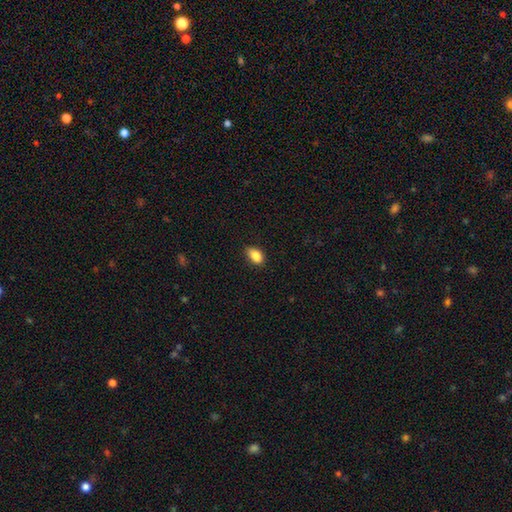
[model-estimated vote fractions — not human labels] smooth_or_featured: smooth (p=0.86) [alt: star or artifact p=0.08]
how_rounded: in between (p=0.88) [alt: round p=0.10]
merging: none (p=0.81) [alt: minor disturbance p=0.15]